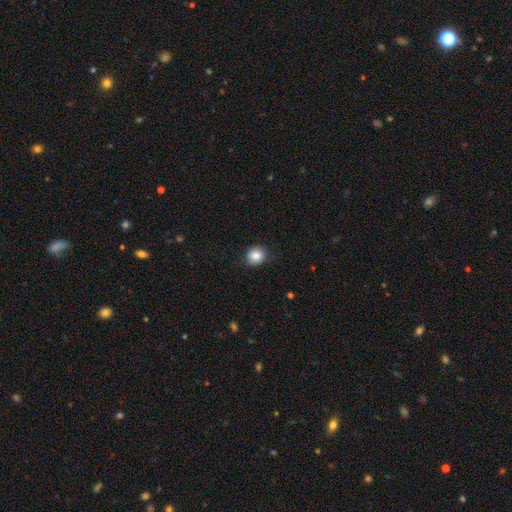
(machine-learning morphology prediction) Smooth or featured: smooth — 85% (star or artifact — 9%)
How rounded: round — 79% (in between — 21%)
Merging: none — 83% (minor disturbance — 13%)